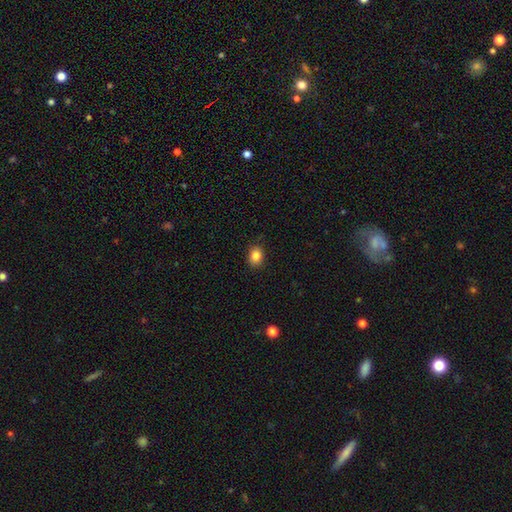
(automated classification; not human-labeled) smooth 85%, star or artifact 10%, featured or disk 5%. Down the decision tree: how rounded — in between (59%); merging — none (87%).